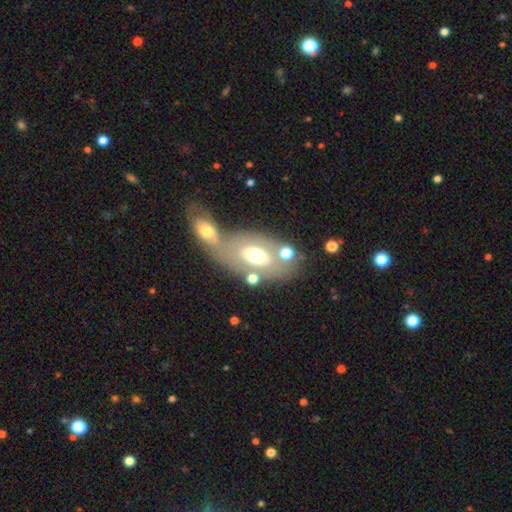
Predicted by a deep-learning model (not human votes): smooth 50%, featured or disk 42%, star or artifact 8%. Down the decision tree: how rounded — in between (88%); merging — merger (44%).